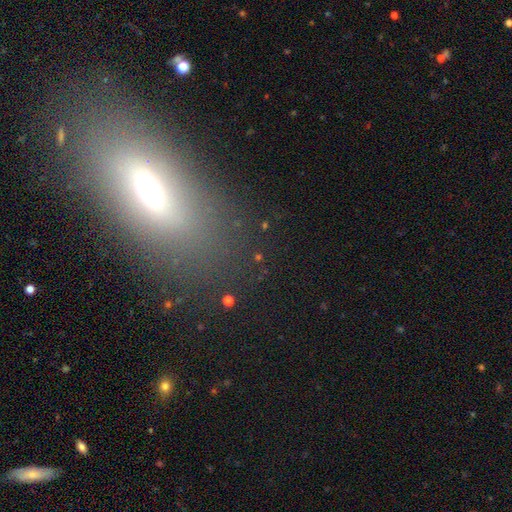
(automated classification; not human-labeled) Smooth or featured?
  - smooth: 44% *
  - featured or disk: 30%
  - star or artifact: 27%
Merging?
  - none: 72% *
  - minor disturbance: 14%
  - major disturbance: 10%
  - merger: 4%